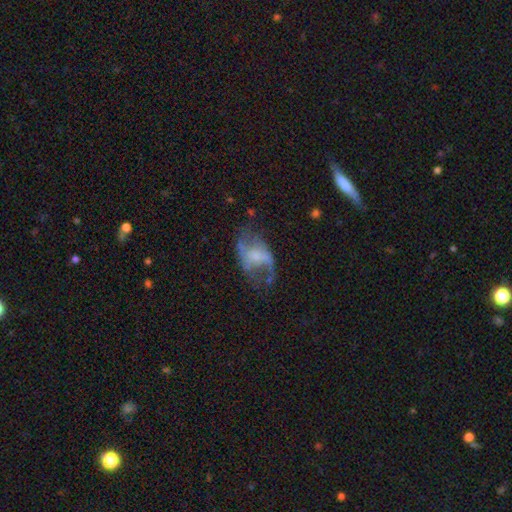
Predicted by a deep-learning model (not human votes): Smooth or featured: featured or disk — 69% (smooth — 22%)
Edge-on disk: no — 96% (yes — 4%)
Bar: no — 48% (weak — 39%)
Spiral arms: yes — 75% (no — 25%)
Bulge size: small — 32% (none — 30%)
Merging: none — 44% (major disturbance — 30%)